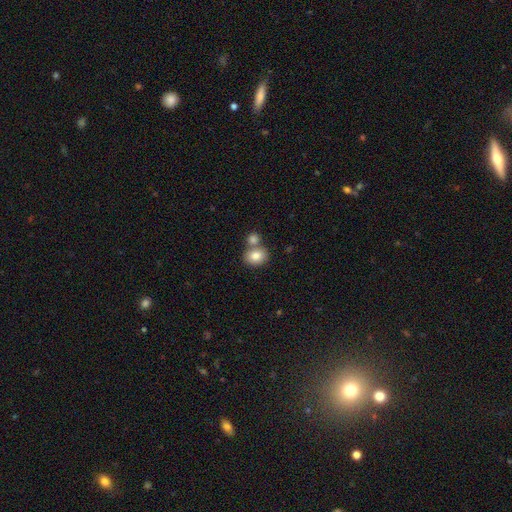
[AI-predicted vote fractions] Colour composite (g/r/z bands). It shows a smooth galaxy with no disk features (82%) that is round (54%). Merging: none (53%).